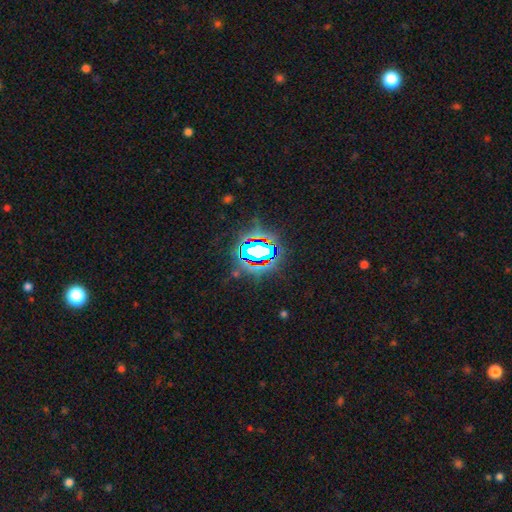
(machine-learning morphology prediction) Smooth or featured?
  - star or artifact: 78% *
  - smooth: 12%
  - featured or disk: 10%